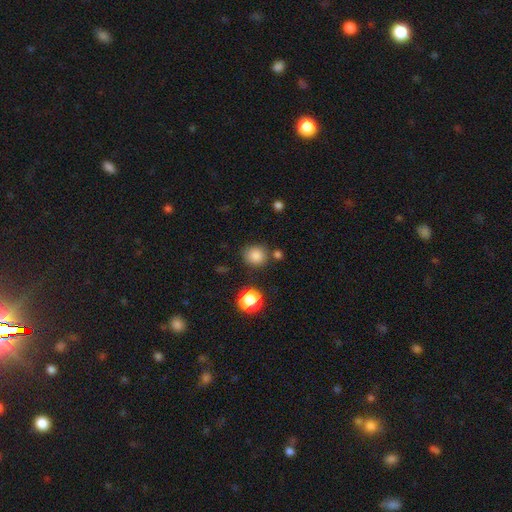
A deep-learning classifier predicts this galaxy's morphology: Q: Smooth or featured?
A: smooth (84%); runner-up: star or artifact (12%)
Q: How rounded?
A: round (84%); runner-up: in between (15%)
Q: Merging?
A: none (79%); runner-up: minor disturbance (11%)